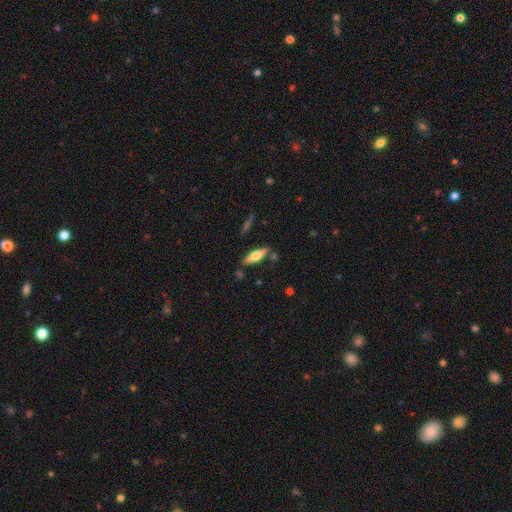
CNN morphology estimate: Smooth or featured? Predicted: smooth (p=0.48). Merging? Predicted: none (p=0.80).